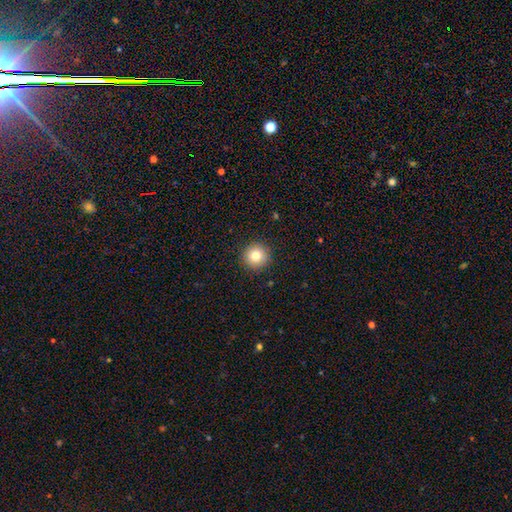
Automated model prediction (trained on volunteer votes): Q: Smooth or featured?
A: smooth (81%); runner-up: star or artifact (10%)
Q: How rounded?
A: round (96%); runner-up: in between (3%)
Q: Merging?
A: none (92%); runner-up: minor disturbance (5%)